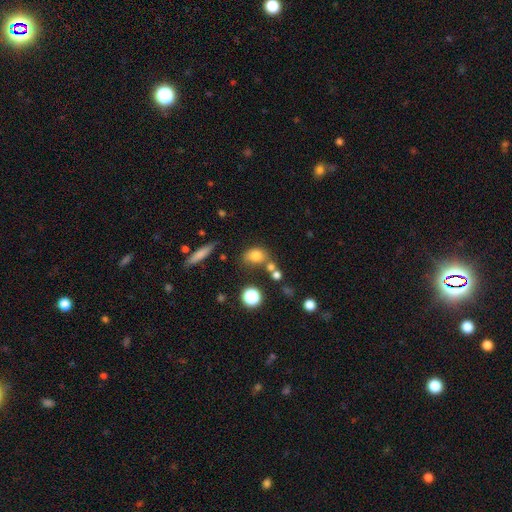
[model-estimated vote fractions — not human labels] Smooth or featured? Predicted: smooth (p=0.77). How rounded? Predicted: in between (p=0.58). Merging? Predicted: none (p=0.58).